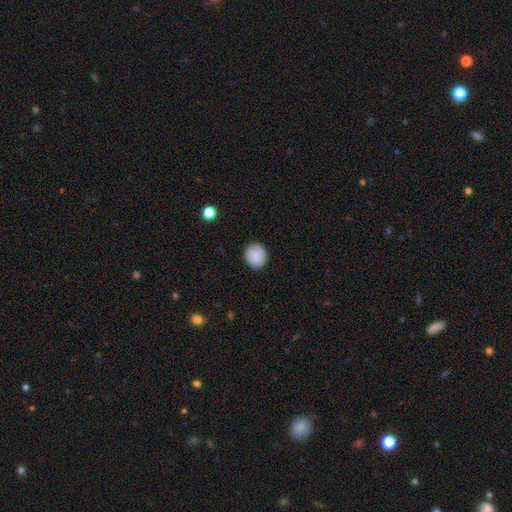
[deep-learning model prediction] Q: Smooth or featured?
A: smooth (86%); runner-up: star or artifact (8%)
Q: How rounded?
A: round (89%); runner-up: in between (10%)
Q: Merging?
A: none (90%); runner-up: minor disturbance (7%)